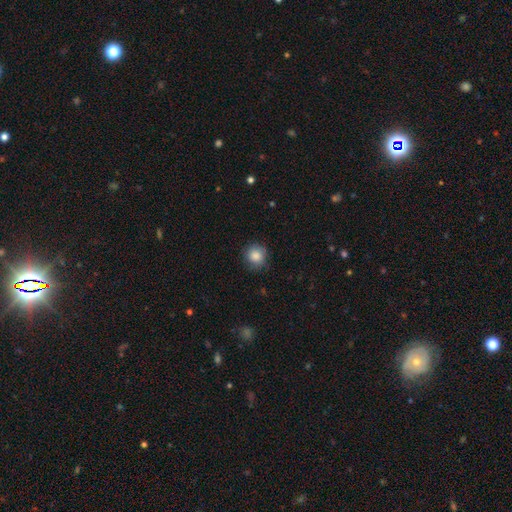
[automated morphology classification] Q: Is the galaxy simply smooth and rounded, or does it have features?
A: smooth — 85%.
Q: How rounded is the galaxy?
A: round — 91%.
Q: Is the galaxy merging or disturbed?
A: none — 83%.